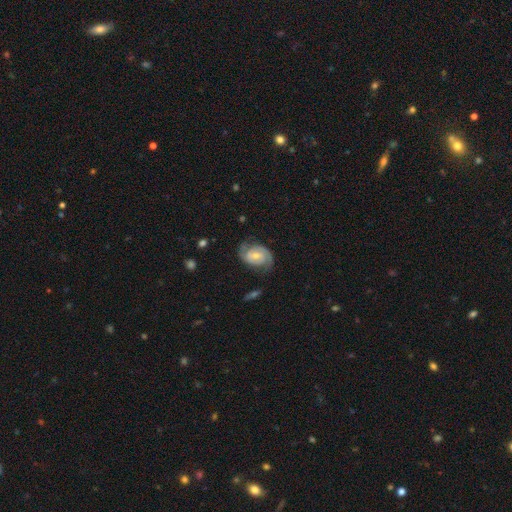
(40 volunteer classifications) This is clearly a featured or disk galaxy (85%). It is clearly not viewed edge-on (94%). Bar: likely no (66%). Spiral arm pattern: clearly yes (100%). Spiral arm count: clearly 2 (97%). Spiral winding: possibly tight (59%). Central bulge: likely moderate (72%). Merging: clearly none (89%).